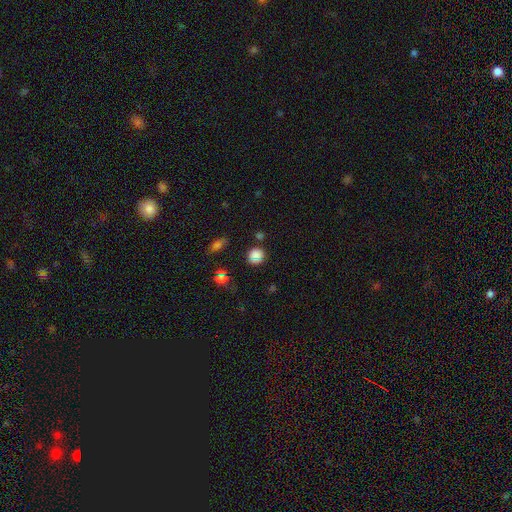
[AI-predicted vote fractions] smooth-or-featured: smooth: 67% | star or artifact: 26% | featured or disk: 7%
  how-rounded: round: 84% | in between: 15% | cigar-shaped: 1%
  merging: none: 77% | minor disturbance: 13% | merger: 5% | major disturbance: 5%